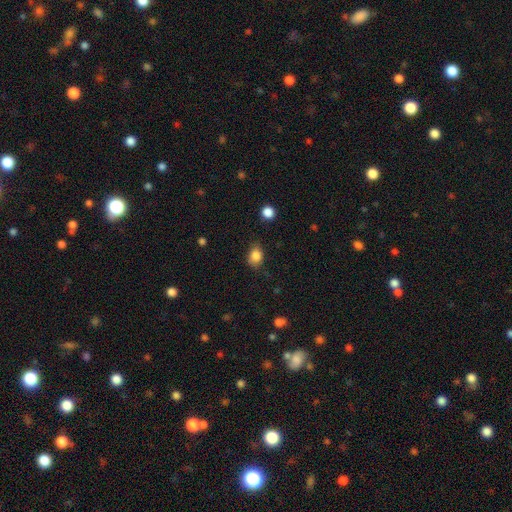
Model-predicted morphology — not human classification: smooth 84%, star or artifact 10%, featured or disk 6%. Down the decision tree: how rounded — in between (61%); merging — none (73%).